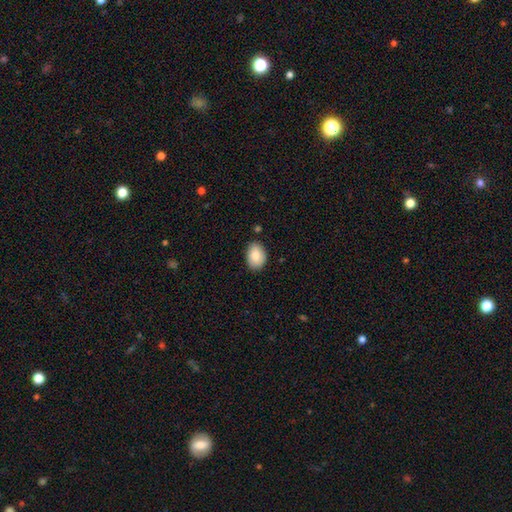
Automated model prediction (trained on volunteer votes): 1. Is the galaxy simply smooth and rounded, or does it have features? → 87% smooth, 7% star or artifact, 6% featured or disk.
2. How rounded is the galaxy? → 83% in between, 16% round, 1% cigar-shaped.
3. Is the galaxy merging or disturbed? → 82% none, 14% minor disturbance, 2% major disturbance, 2% merger.